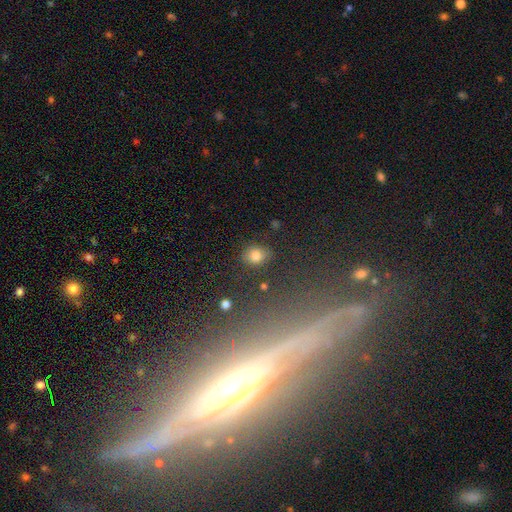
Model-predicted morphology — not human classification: Q: Smooth or featured?
A: smooth (80%); runner-up: star or artifact (12%)
Q: How rounded?
A: round (64%); runner-up: in between (34%)
Q: Merging?
A: none (81%); runner-up: minor disturbance (12%)